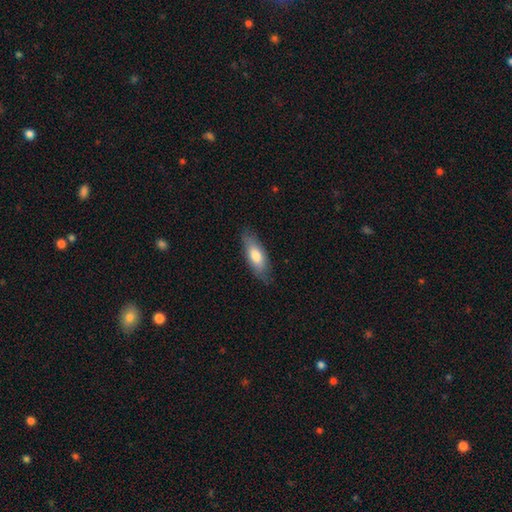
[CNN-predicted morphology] A smooth galaxy with no disk features (73%) that is in between round and cigar-shaped (71%). Merging: none (80%).